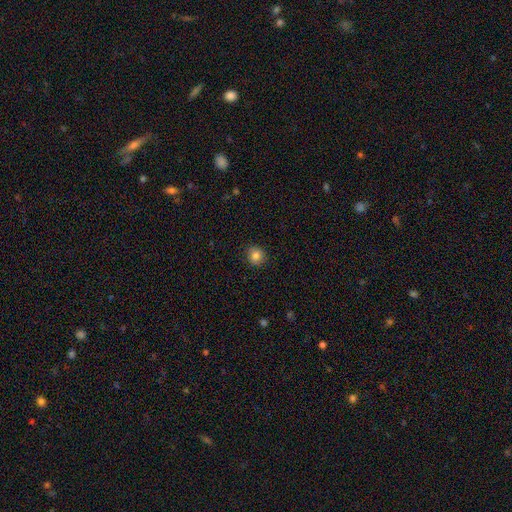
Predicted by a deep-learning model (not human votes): A smooth galaxy with no disk features (83%) that is round (90%).

Vote fractions:
- Smooth or featured? smooth: 83% / star or artifact: 11% / featured or disk: 6%
- How rounded? round: 90% / in between: 9% / cigar-shaped: 1%
- Merging? none: 91% / minor disturbance: 7% / major disturbance: 2% / merger: 1%